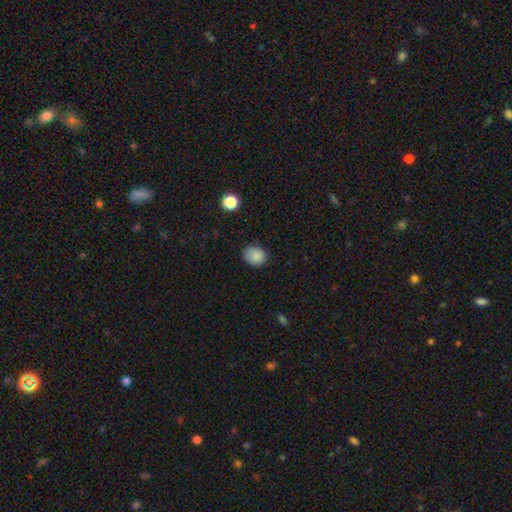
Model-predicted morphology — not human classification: type=smooth (86%); roundness=round (58%); merging=none (77%).